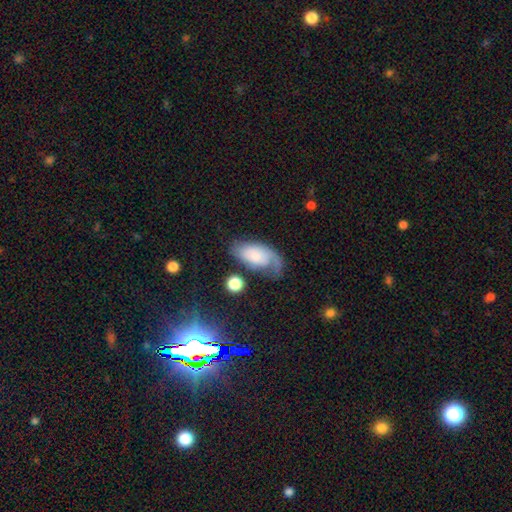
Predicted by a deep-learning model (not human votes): Q: Smooth or featured?
A: featured or disk (48%); runner-up: smooth (44%)
Q: Merging?
A: none (41%); runner-up: minor disturbance (27%)